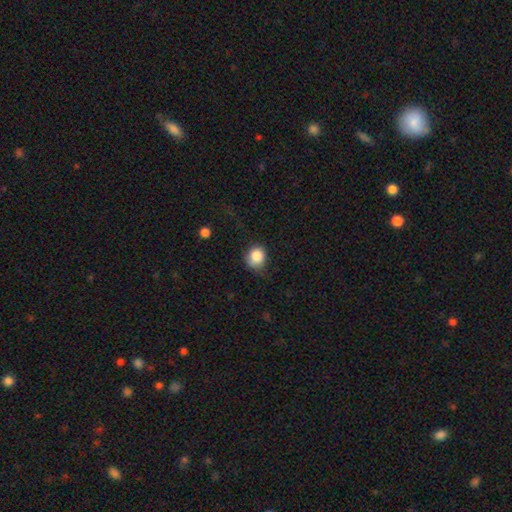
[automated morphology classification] A smooth galaxy with no disk features (85%) that is round (74%). Merging: none (58%).